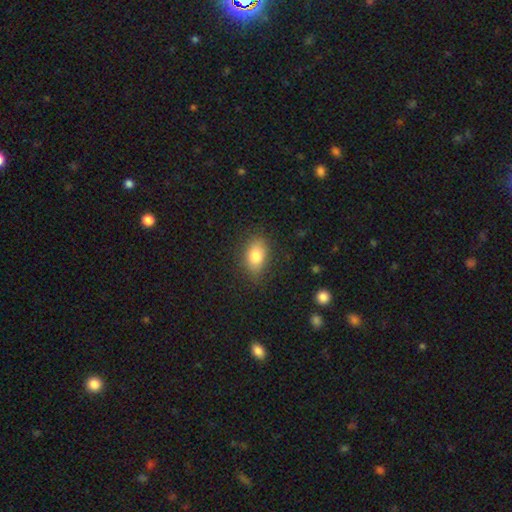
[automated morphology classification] Smooth or featured? smooth (80%)
How rounded? in between (81%)
Merging? none (82%)